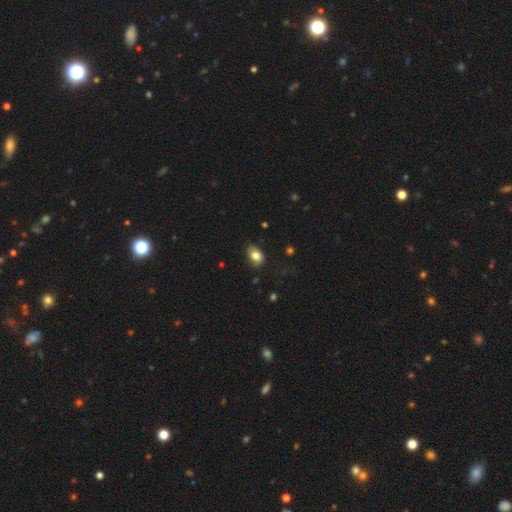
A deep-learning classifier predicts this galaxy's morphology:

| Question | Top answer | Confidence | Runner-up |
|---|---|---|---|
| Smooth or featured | smooth | 81% | featured or disk (10%) |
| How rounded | in between | 80% | round (19%) |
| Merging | none | 71% | minor disturbance (22%) |